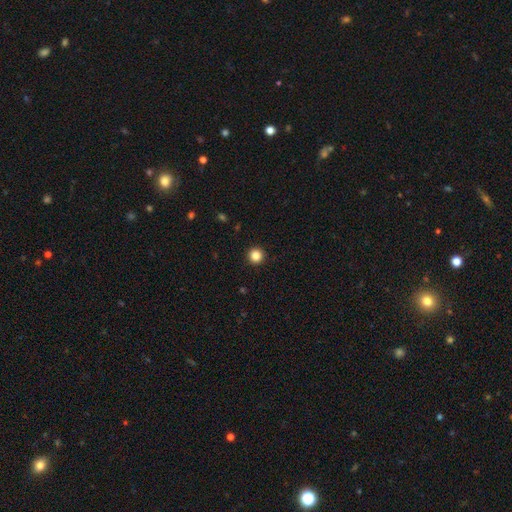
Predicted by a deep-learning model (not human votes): Q: Smooth or featured?
A: smooth (86%); runner-up: star or artifact (11%)
Q: How rounded?
A: round (96%); runner-up: in between (3%)
Q: Merging?
A: none (93%); runner-up: minor disturbance (4%)